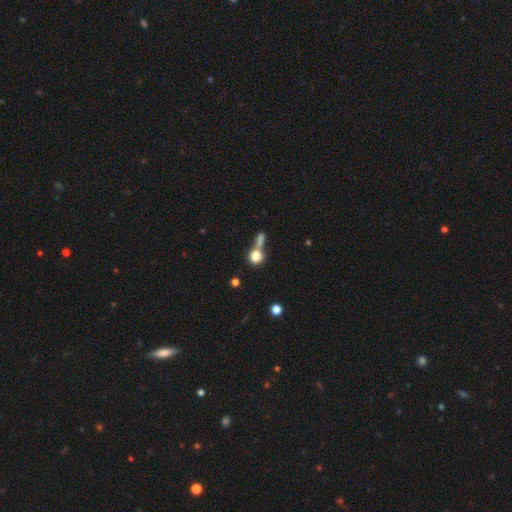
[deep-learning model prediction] smooth-or-featured: smooth: 79% | star or artifact: 11% | featured or disk: 10%
  how-rounded: round: 81% | in between: 16% | cigar-shaped: 3%
  merging: merger: 45% | none: 38% | minor disturbance: 9% | major disturbance: 8%